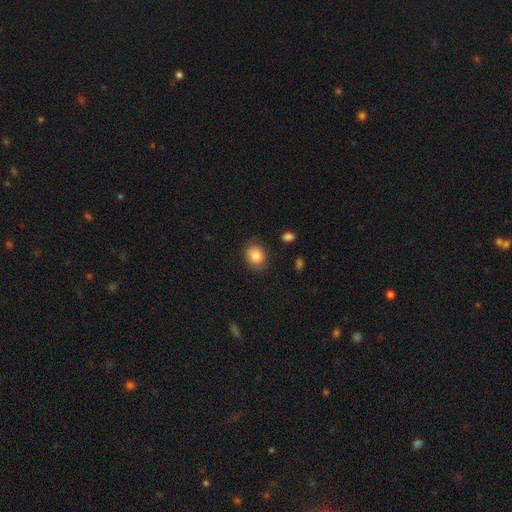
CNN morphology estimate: This appears to be a smooth galaxy with no disk features (84%) that is round (54%). Merging: none (84%).